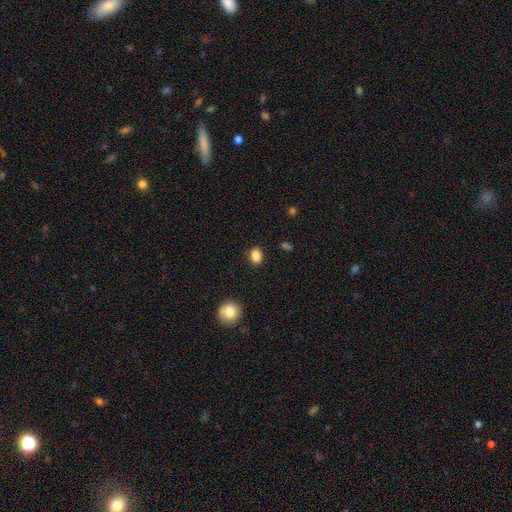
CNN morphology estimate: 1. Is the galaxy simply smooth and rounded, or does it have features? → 86% smooth, 10% star or artifact, 4% featured or disk.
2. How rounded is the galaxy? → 66% in between, 33% round, 1% cigar-shaped.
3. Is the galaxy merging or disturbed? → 87% none, 9% minor disturbance, 2% major disturbance, 1% merger.